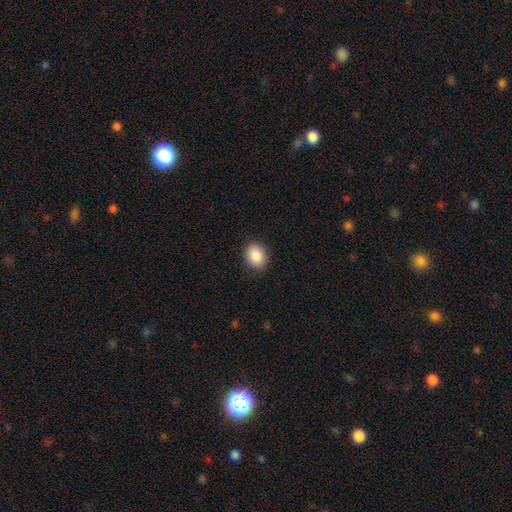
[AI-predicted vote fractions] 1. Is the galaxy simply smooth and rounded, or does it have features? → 89% smooth, 8% star or artifact, 3% featured or disk.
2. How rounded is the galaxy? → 52% round, 47% in between, 1% cigar-shaped.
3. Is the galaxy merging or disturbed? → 89% none, 8% minor disturbance, 2% major disturbance, 1% merger.